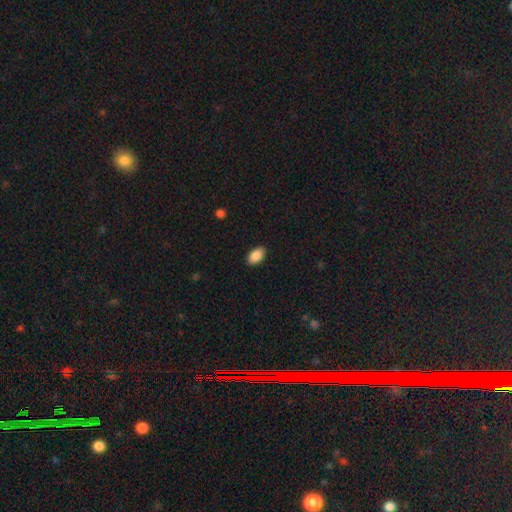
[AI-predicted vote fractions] Morphology: type=smooth (89%); roundness=in between (93%); merging=none (90%).